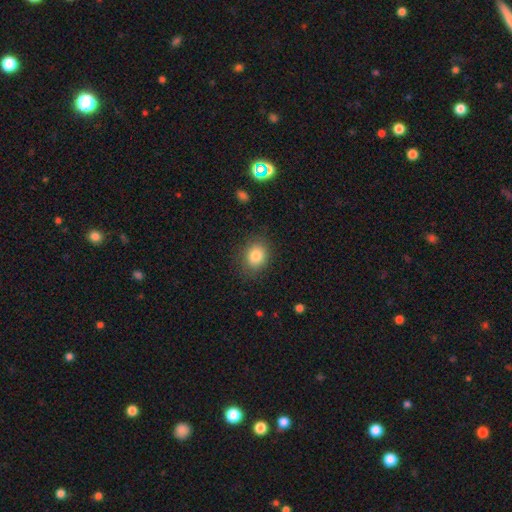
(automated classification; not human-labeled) A smooth galaxy with no disk features (83%) that is round (58%). Merging: none (85%).